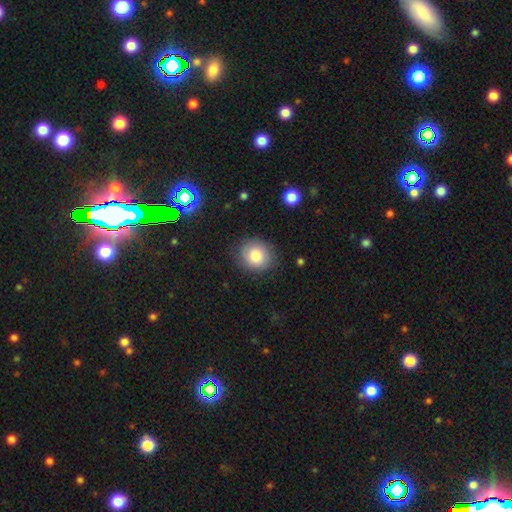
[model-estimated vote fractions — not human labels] Smooth or featured? Predicted: smooth (p=0.82). How rounded? Predicted: round (p=0.77). Merging? Predicted: none (p=0.83).